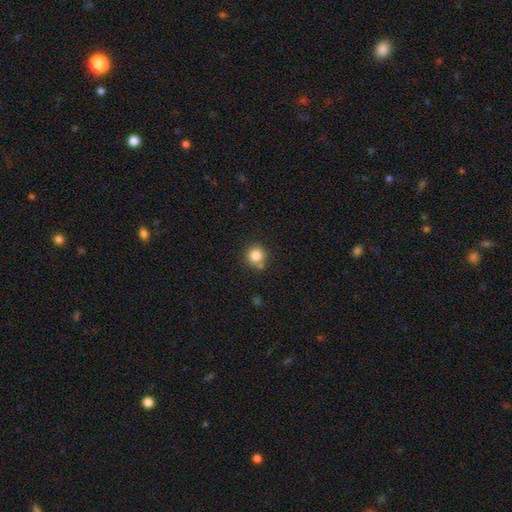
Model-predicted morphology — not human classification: smooth-or-featured: smooth: 83% | star or artifact: 11% | featured or disk: 6%
  how-rounded: round: 94% | in between: 5% | cigar-shaped: 1%
  merging: none: 76% | merger: 11% | minor disturbance: 10% | major disturbance: 3%